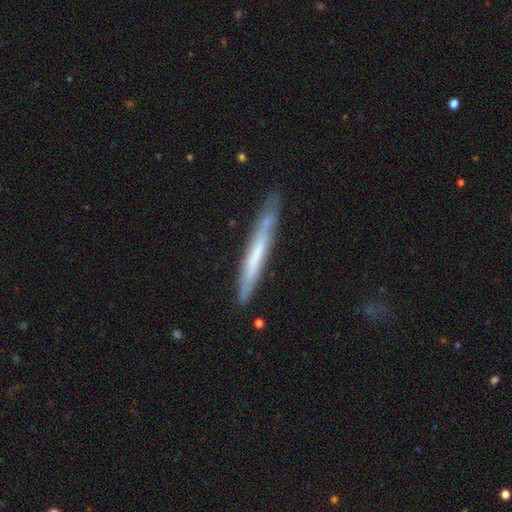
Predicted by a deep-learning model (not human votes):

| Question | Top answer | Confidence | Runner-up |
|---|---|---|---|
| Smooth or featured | smooth | 48% | featured or disk (46%) |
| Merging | none | 80% | minor disturbance (15%) |